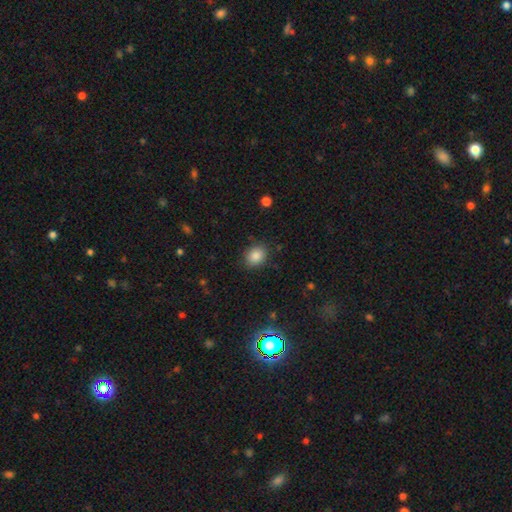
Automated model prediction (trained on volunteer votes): Smooth or featured? smooth (85%)
How rounded? round (52%)
Merging? none (85%)